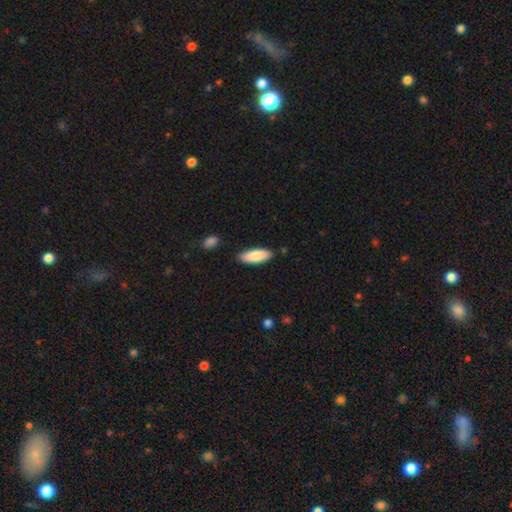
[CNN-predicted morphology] smooth 88%, featured or disk 7%, star or artifact 5%. Down the decision tree: how rounded — in between (71%); merging — none (85%).